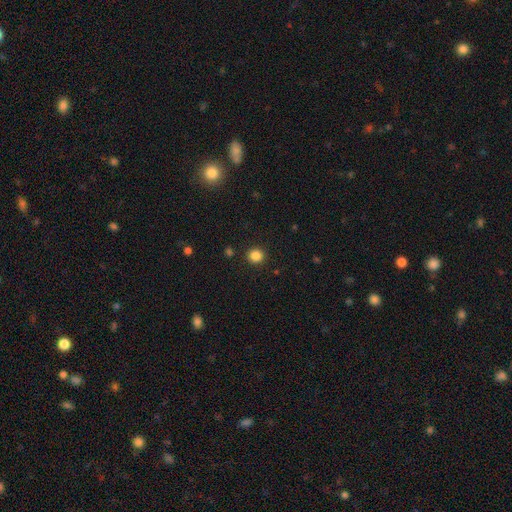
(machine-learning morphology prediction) smooth-or-featured: smooth: 85% | star or artifact: 11% | featured or disk: 4%
  how-rounded: round: 91% | in between: 8% | cigar-shaped: 1%
  merging: none: 92% | minor disturbance: 5% | major disturbance: 2% | merger: 1%